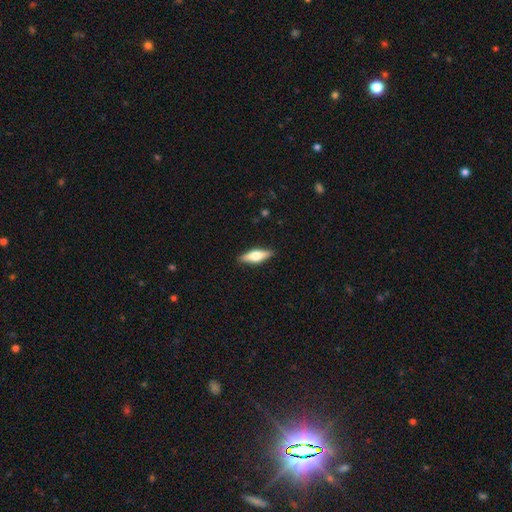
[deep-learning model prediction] This is possibly a featured or disk galaxy (47%, tied with smooth). Merging: clearly none (89%).